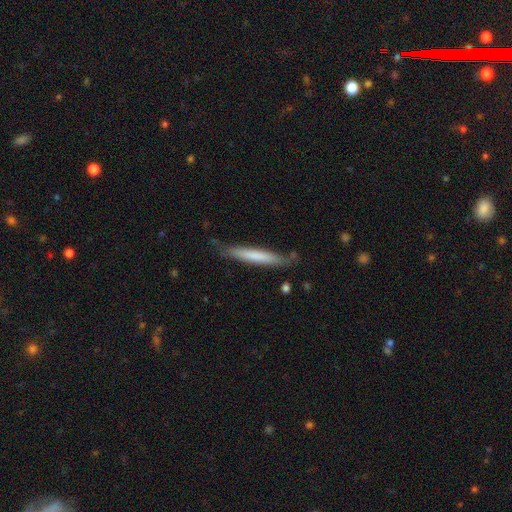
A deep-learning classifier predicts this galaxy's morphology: Smooth or featured? smooth (65%)
How rounded? cigar-shaped (95%)
Merging? none (77%)